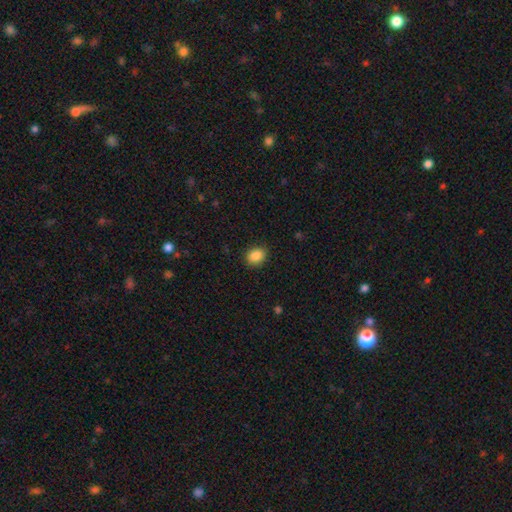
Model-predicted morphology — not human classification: This is clearly a smooth galaxy (88%). How rounded: likely in between (64%). Merging: clearly none (87%).